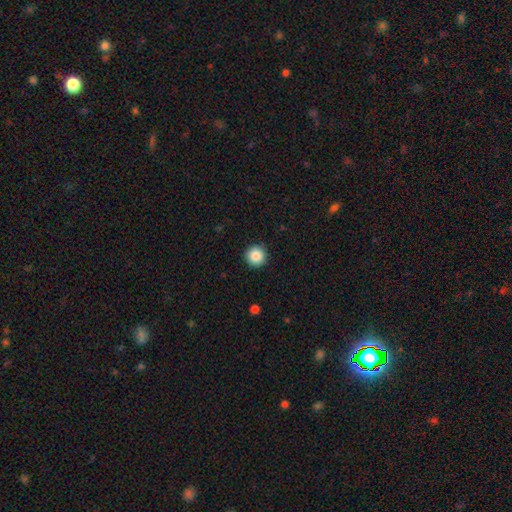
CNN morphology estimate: smooth_or_featured: smooth (p=0.87) [alt: star or artifact p=0.09]
how_rounded: round (p=0.96) [alt: in between p=0.03]
merging: none (p=0.92) [alt: minor disturbance p=0.05]